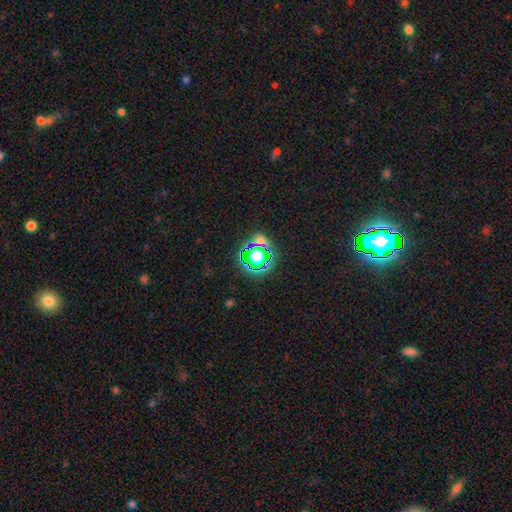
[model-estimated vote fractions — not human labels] A star or artifact, not a galaxy (50%).

Vote fractions:
- Smooth or featured? star or artifact: 50% / smooth: 38% / featured or disk: 12%